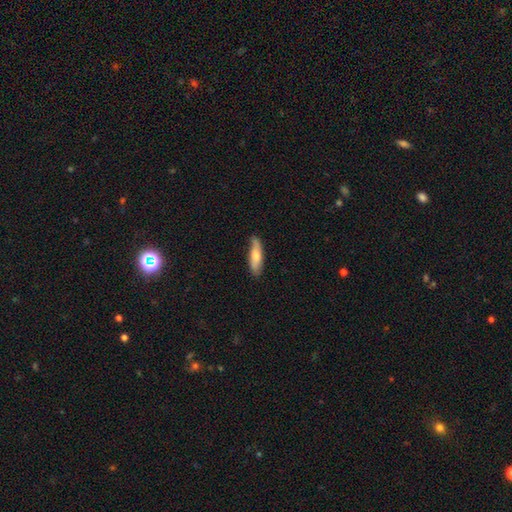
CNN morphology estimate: Smooth or featured: smooth — 66% (featured or disk — 29%)
How rounded: cigar-shaped — 62% (in between — 36%)
Merging: none — 75% (minor disturbance — 20%)